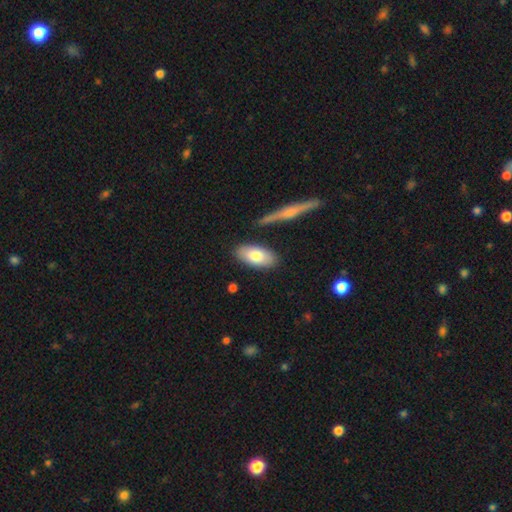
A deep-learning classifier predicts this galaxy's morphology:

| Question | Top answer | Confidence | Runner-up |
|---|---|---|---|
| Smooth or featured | smooth | 78% | featured or disk (17%) |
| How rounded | in between | 91% | cigar-shaped (6%) |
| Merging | none | 81% | minor disturbance (12%) |